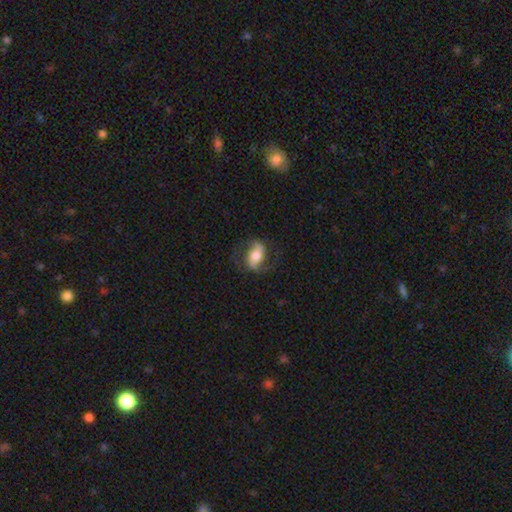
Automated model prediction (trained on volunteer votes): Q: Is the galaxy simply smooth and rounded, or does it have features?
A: featured or disk — 56%.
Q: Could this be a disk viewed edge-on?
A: no — 91%.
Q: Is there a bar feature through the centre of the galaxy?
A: strong — 43%.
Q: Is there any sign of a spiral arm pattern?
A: yes — 82%.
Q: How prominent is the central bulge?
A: moderate — 51%.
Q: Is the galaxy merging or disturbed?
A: none — 69%.